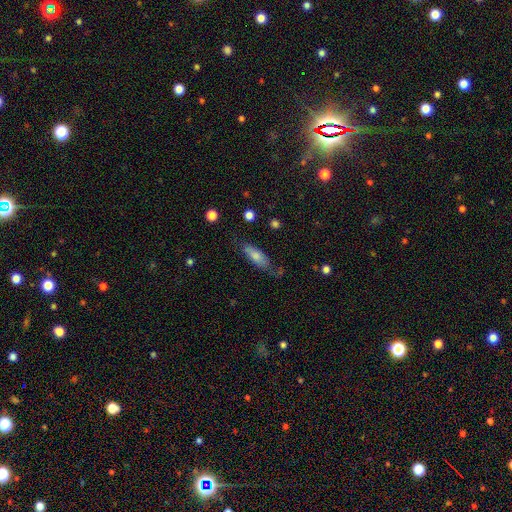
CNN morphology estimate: Smooth or featured? smooth (73%)
How rounded? in between (59%)
Merging? none (57%)